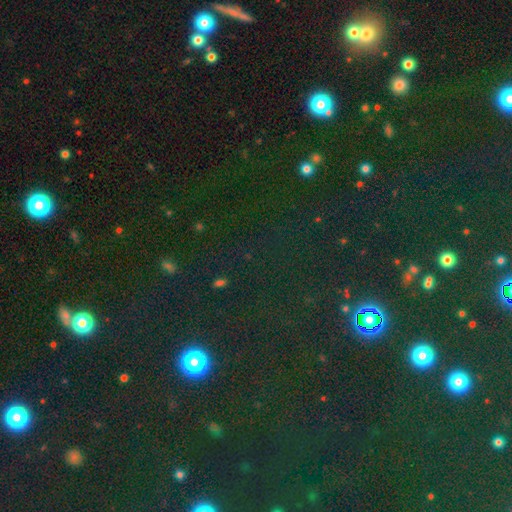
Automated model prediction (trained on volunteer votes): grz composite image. It shows a star or artifact, not a galaxy (73%).